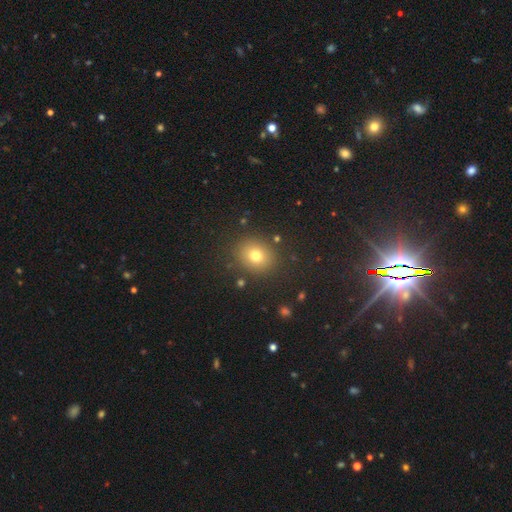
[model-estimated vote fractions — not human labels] A smooth galaxy with no disk features (76%) that is round (71%). Merging: none (87%).